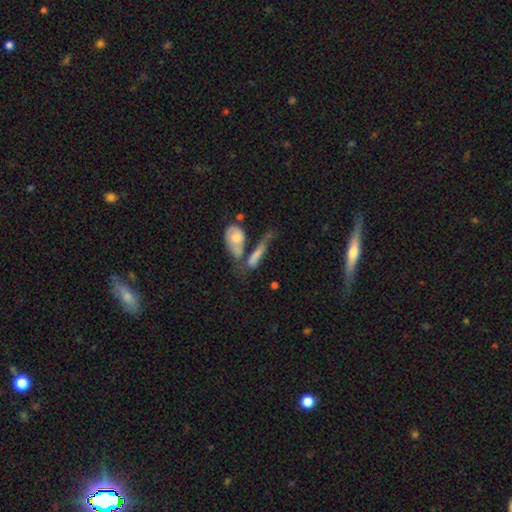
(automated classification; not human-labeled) Smooth or featured: smooth — 64% (featured or disk — 28%)
How rounded: cigar-shaped — 48% (in between — 46%)
Merging: merger — 43% (none — 24%)